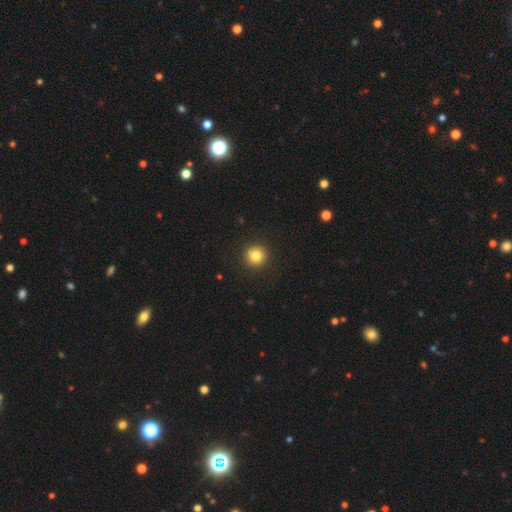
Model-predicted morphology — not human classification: smooth 82%, star or artifact 11%, featured or disk 7%. Down the decision tree: how rounded — round (95%); merging — none (92%).